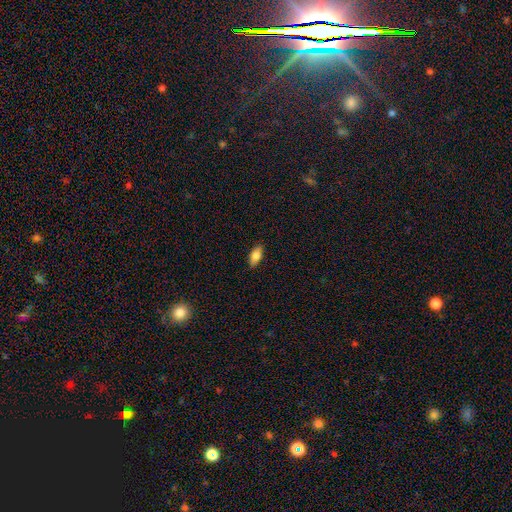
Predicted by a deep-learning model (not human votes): The model was most divided on "smooth or featured": smooth: 81%, featured or disk: 12%, star or artifact: 7%. More confident: merging — none (87%); how rounded — in between (84%).